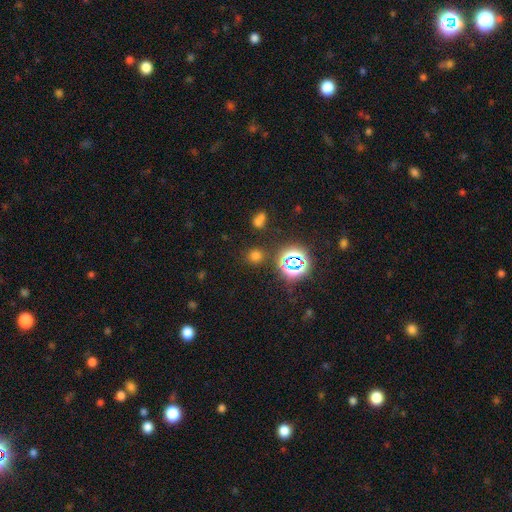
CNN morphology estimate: A smooth galaxy with no disk features (61%) that is round (87%).

Vote fractions:
- Smooth or featured? smooth: 61% / star or artifact: 33% / featured or disk: 6%
- How rounded? round: 87% / in between: 12% / cigar-shaped: 1%
- Merging? none: 81% / minor disturbance: 9% / merger: 7% / major disturbance: 4%